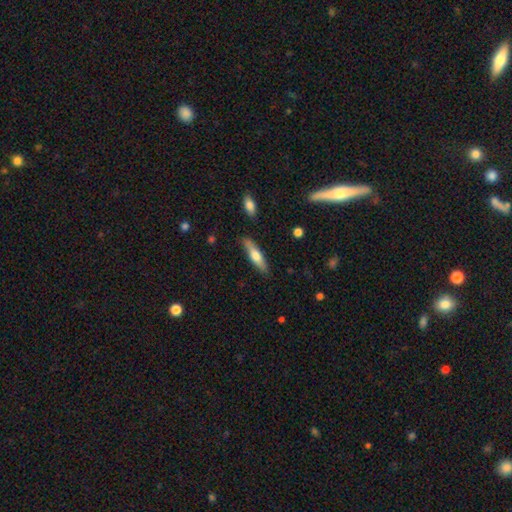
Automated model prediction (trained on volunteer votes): smooth-or-featured: smooth: 57% | featured or disk: 37% | star or artifact: 6%
  how-rounded: cigar-shaped: 74% | in between: 24% | round: 2%
  merging: none: 82% | minor disturbance: 14% | major disturbance: 3% | merger: 2%